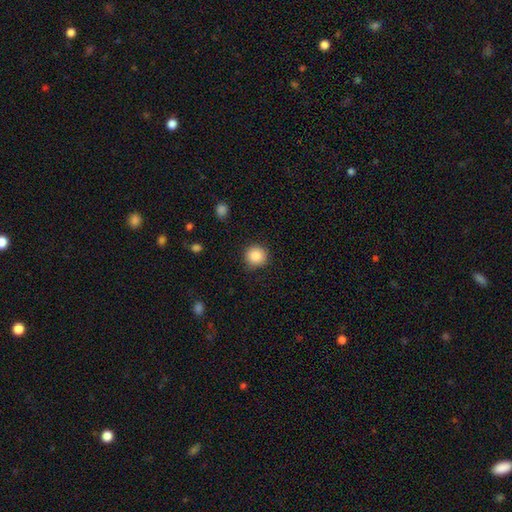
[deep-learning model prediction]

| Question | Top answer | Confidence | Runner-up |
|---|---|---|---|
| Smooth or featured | smooth | 86% | star or artifact (9%) |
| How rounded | round | 94% | in between (5%) |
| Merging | none | 89% | minor disturbance (8%) |